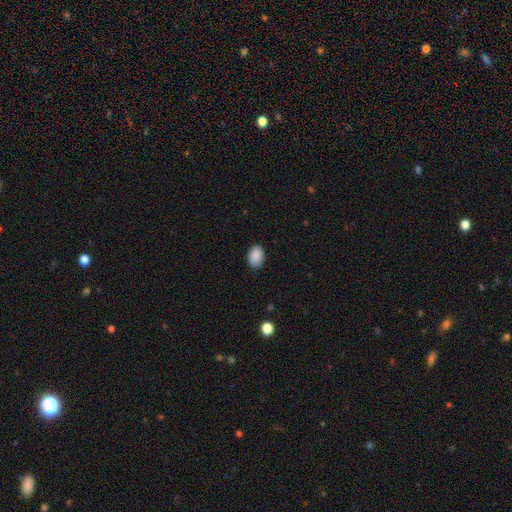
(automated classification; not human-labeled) Smooth or featured?
  - smooth: 89% *
  - star or artifact: 7%
  - featured or disk: 3%
How rounded?
  - in between: 82% *
  - round: 17%
  - cigar-shaped: 1%
Merging?
  - none: 88% *
  - minor disturbance: 9%
  - major disturbance: 2%
  - merger: 1%